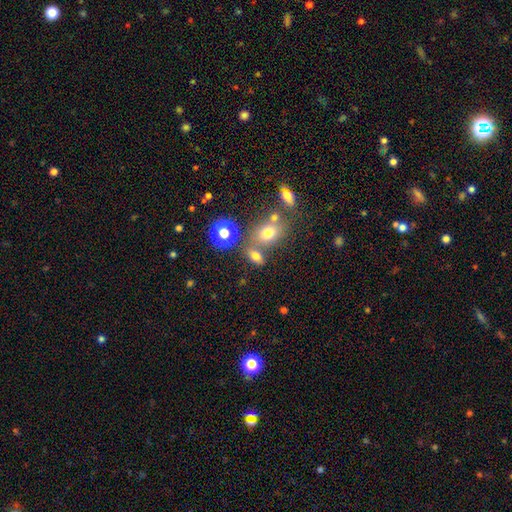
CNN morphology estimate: type=smooth (70%); roundness=in between (74%); merging=none (57%).